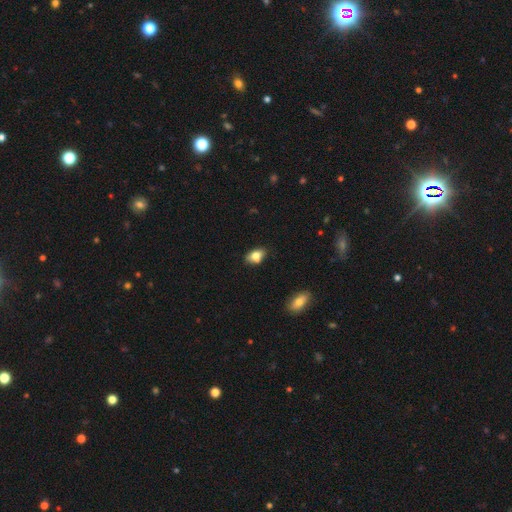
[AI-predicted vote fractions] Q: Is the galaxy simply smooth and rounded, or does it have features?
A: smooth — 79%.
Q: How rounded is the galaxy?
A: in between — 83%.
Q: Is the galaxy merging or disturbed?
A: none — 63%.